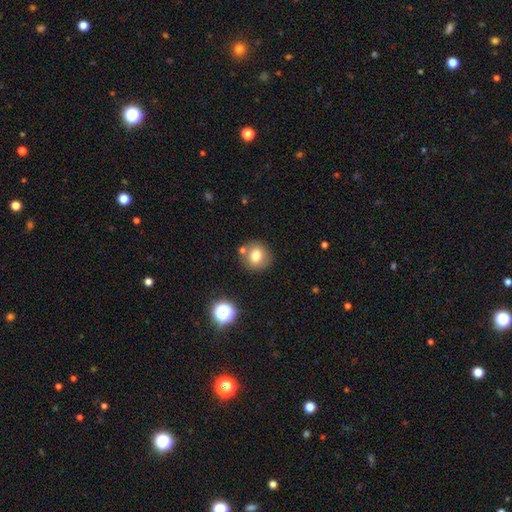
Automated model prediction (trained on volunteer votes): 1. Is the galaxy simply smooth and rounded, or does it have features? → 76% smooth, 12% star or artifact, 12% featured or disk.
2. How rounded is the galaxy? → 88% round, 11% in between, 1% cigar-shaped.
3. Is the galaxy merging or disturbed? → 77% none, 11% minor disturbance, 9% merger, 3% major disturbance.